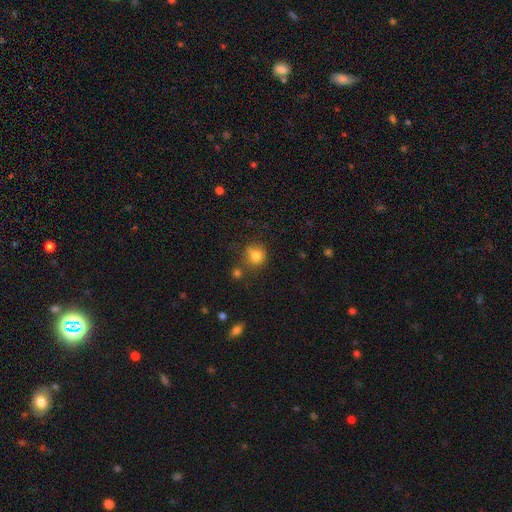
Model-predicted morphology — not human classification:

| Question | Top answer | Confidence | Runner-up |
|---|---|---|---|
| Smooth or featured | smooth | 79% | star or artifact (12%) |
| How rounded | round | 84% | in between (15%) |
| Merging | none | 61% | minor disturbance (18%) |